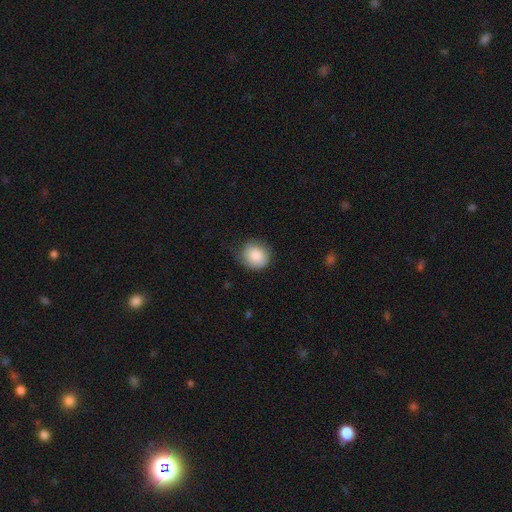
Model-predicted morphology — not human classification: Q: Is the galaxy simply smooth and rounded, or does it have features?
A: smooth — 87%.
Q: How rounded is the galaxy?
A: round — 84%.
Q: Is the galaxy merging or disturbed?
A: none — 63%.